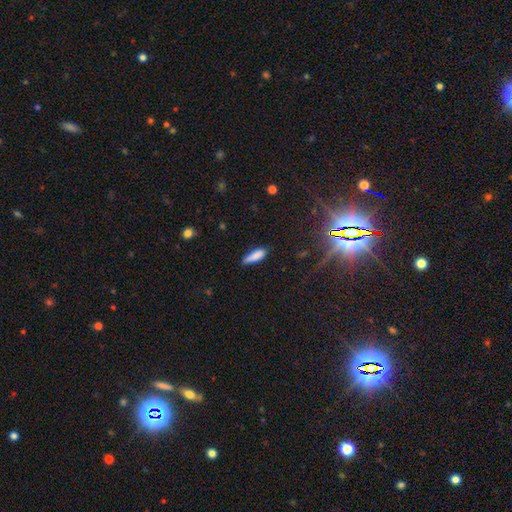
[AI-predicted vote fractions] Smooth or featured: smooth — 85% (featured or disk — 8%)
How rounded: cigar-shaped — 53% (in between — 45%)
Merging: none — 69% (minor disturbance — 25%)